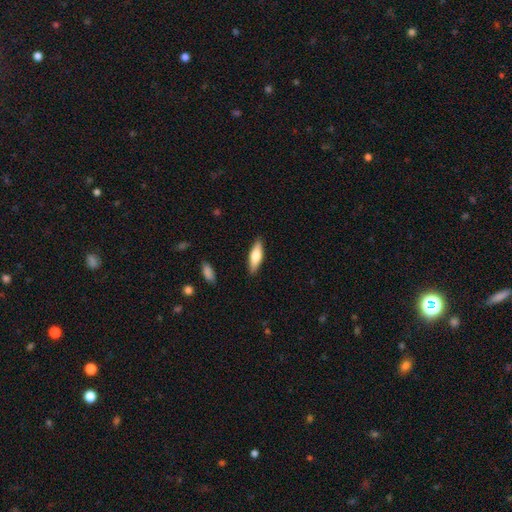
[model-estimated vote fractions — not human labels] A smooth galaxy with no disk features (69%) that is cigar-shaped (49%, tied with in between). Merging: none (87%).